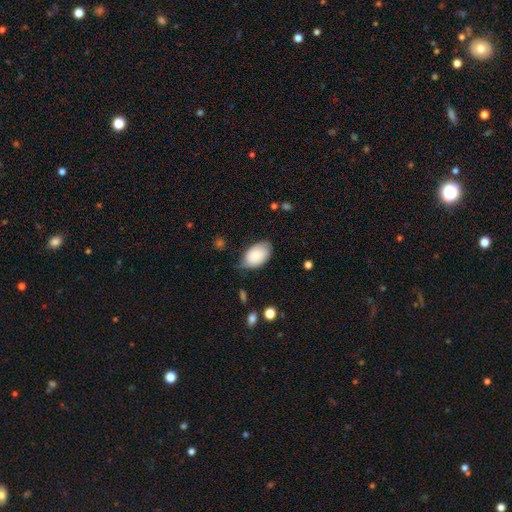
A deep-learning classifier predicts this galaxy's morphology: This is likely a smooth galaxy (80%). How rounded: clearly in between (92%). Merging: likely none (63%).